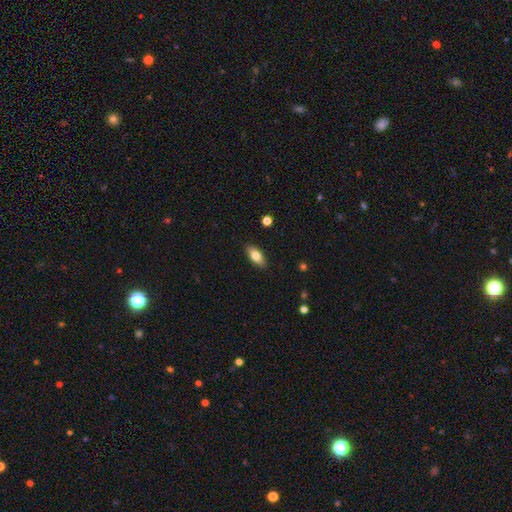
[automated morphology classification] Smooth or featured? Predicted: smooth (p=0.75). How rounded? Predicted: in between (p=0.83). Merging? Predicted: none (p=0.88).